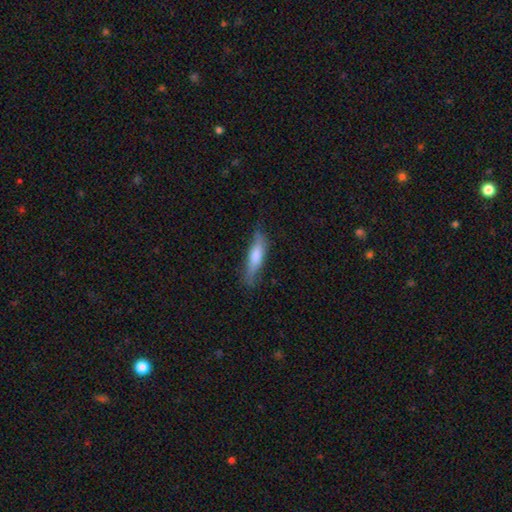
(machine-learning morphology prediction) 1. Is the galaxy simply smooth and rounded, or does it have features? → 64% smooth, 30% featured or disk, 6% star or artifact.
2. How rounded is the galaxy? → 73% cigar-shaped, 25% in between, 2% round.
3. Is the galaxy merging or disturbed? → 69% none, 24% minor disturbance, 5% major disturbance, 2% merger.